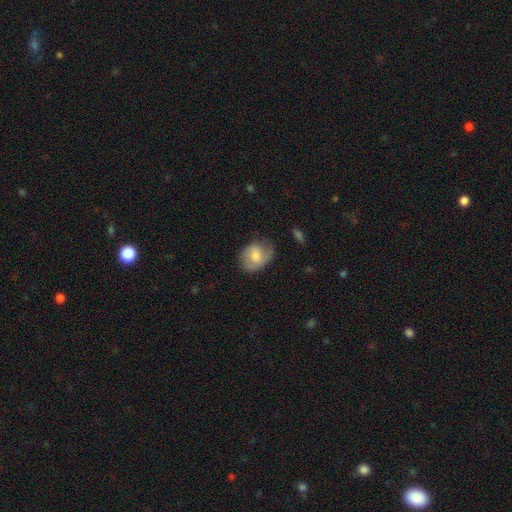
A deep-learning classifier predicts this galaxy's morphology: This appears to be a smooth galaxy with no disk features (56%) that is in between round and cigar-shaped (58%). Merging: none (56%).